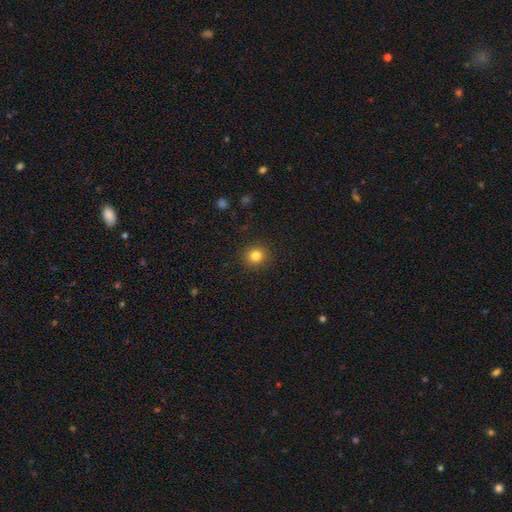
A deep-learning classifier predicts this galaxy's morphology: type=smooth (82%); roundness=round (89%); merging=none (91%).